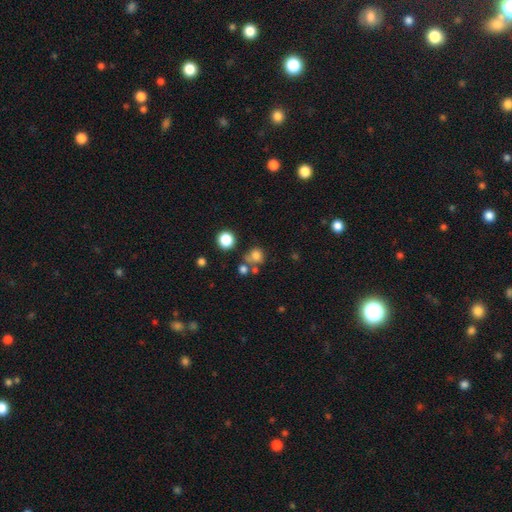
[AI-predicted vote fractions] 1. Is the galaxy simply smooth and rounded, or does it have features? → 75% smooth, 16% star or artifact, 9% featured or disk.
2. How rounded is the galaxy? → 79% round, 20% in between, 1% cigar-shaped.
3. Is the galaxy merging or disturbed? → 54% none, 24% merger, 14% minor disturbance, 8% major disturbance.